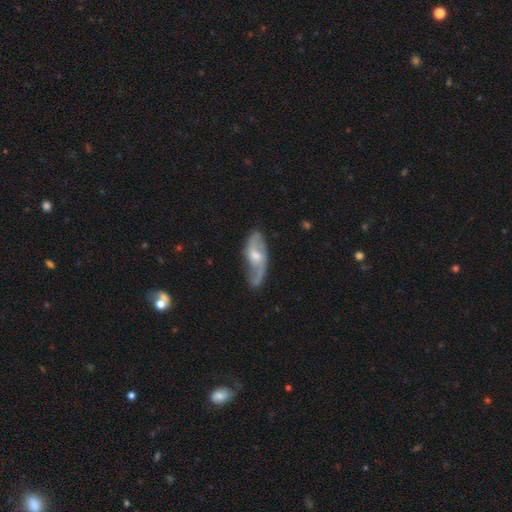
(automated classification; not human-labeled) Smooth or featured?
  - featured or disk: 76% *
  - smooth: 18%
  - star or artifact: 6%
Edge-on disk?
  - no: 88% *
  - yes: 12%
Bar?
  - no: 49% *
  - weak: 42%
  - strong: 9%
Spiral arms?
  - yes: 91% *
  - no: 9%
Spiral winding?
  - loose: 53% *
  - medium: 35%
  - tight: 13%
Spiral arm count?
  - 2: 82% *
  - can't tell: 9%
  - 1: 6%
  - 3: 2%
  - 4: 1%
  - more than 4: 1%
Bulge size?
  - moderate: 59% *
  - small: 31%
  - large: 5%
  - none: 3%
  - dominant: 1%
Merging?
  - none: 65% *
  - minor disturbance: 23%
  - major disturbance: 9%
  - merger: 2%